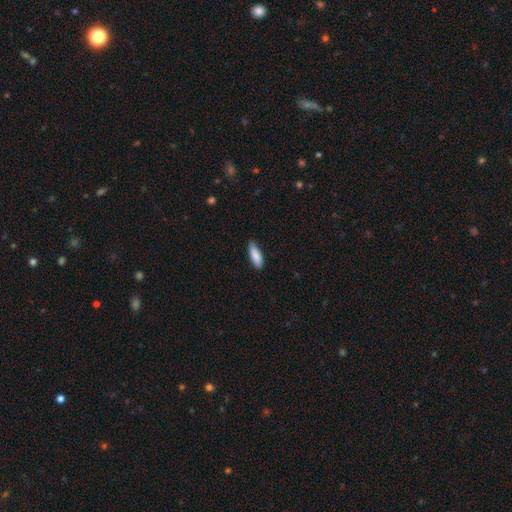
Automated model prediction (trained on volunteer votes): smooth_or_featured: smooth (p=0.87) [alt: featured or disk p=0.07]
how_rounded: in between (p=0.59) [alt: cigar-shaped p=0.39]
merging: none (p=0.79) [alt: minor disturbance p=0.17]